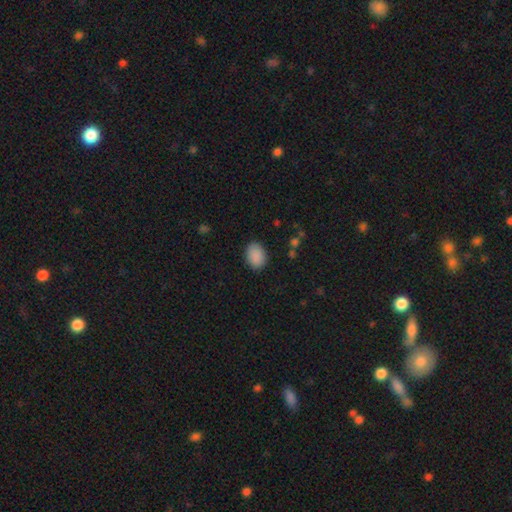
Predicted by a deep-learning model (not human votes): smooth_or_featured: smooth (p=0.89) [alt: star or artifact p=0.08]
how_rounded: in between (p=0.77) [alt: round p=0.22]
merging: none (p=0.85) [alt: minor disturbance p=0.11]